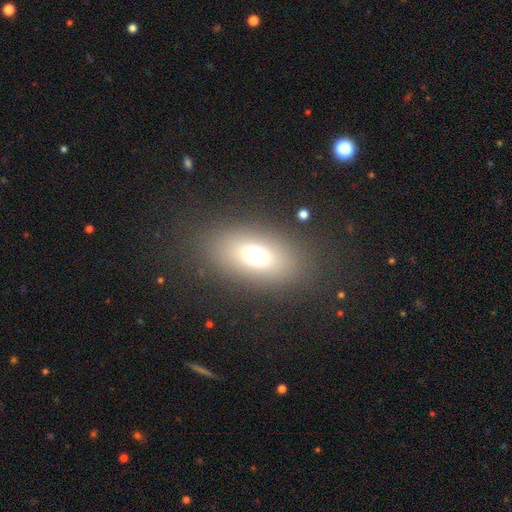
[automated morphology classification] smooth_or_featured: smooth (p=0.68) [alt: star or artifact p=0.16]
how_rounded: in between (p=0.81) [alt: round p=0.15]
merging: none (p=0.82) [alt: minor disturbance p=0.09]